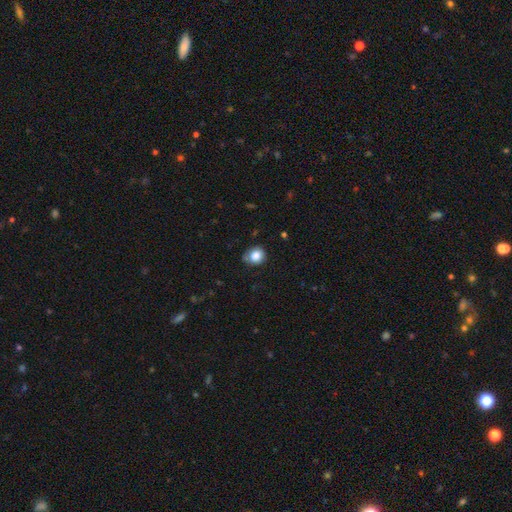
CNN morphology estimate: Smooth or featured? Predicted: smooth (p=0.83). How rounded? Predicted: round (p=0.75). Merging? Predicted: none (p=0.69).